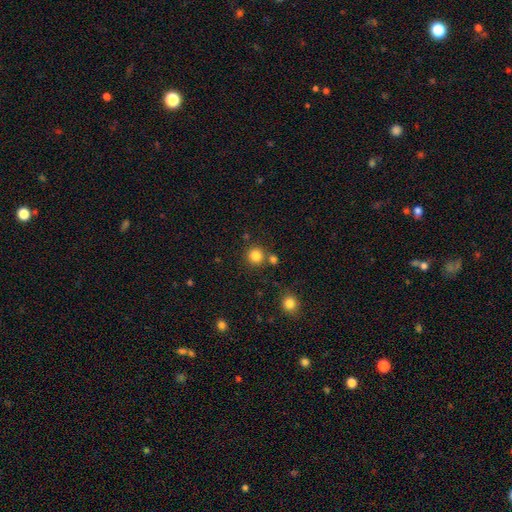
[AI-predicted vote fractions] Smooth or featured: smooth — 83% (star or artifact — 12%)
How rounded: round — 92% (in between — 7%)
Merging: none — 79% (merger — 11%)